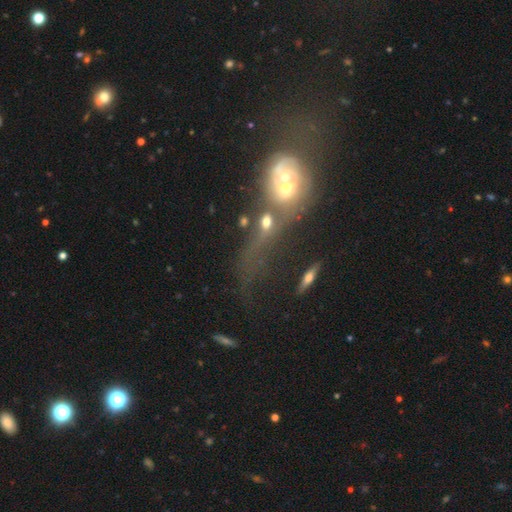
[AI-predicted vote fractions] smooth-or-featured: smooth: 38% | featured or disk: 35% | star or artifact: 28%
  merging: merger: 35% | major disturbance: 29% | none: 23% | minor disturbance: 13%